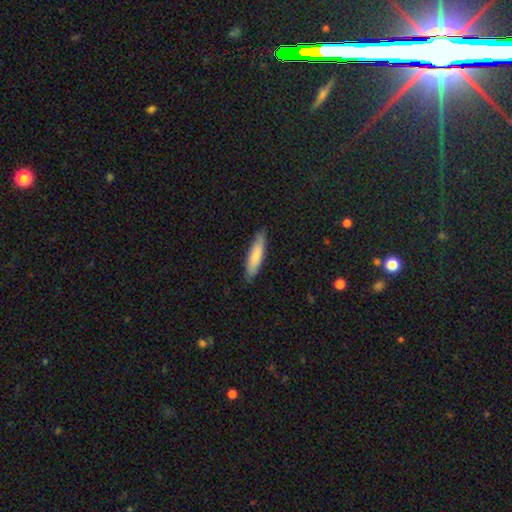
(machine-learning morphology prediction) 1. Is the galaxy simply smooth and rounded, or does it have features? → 78% smooth, 17% featured or disk, 5% star or artifact.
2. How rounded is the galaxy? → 75% cigar-shaped, 24% in between, 1% round.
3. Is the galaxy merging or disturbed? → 84% none, 13% minor disturbance, 2% major disturbance, 1% merger.